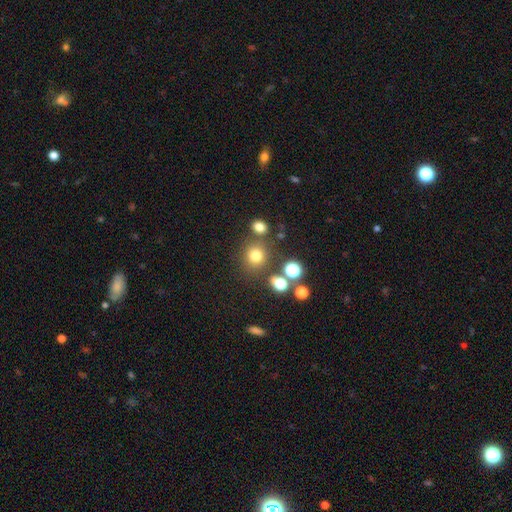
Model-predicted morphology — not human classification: smooth_or_featured: smooth (p=0.74) [alt: star or artifact p=0.18]
how_rounded: round (p=0.87) [alt: in between p=0.12]
merging: none (p=0.75) [alt: merger p=0.11]